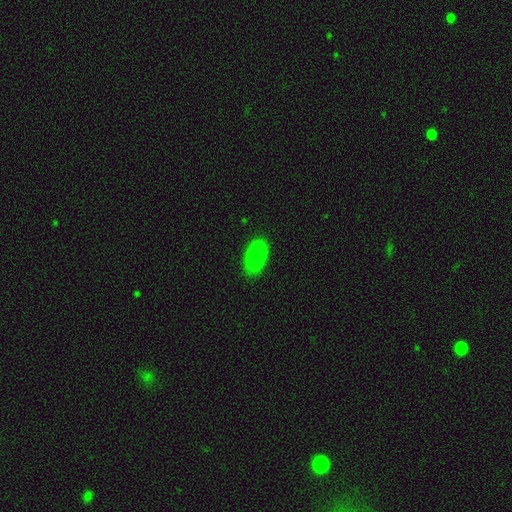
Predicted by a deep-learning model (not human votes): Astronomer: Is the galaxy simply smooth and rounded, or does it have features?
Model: smooth — 84%.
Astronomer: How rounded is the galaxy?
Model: in between — 94%.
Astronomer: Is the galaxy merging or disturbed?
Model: none — 85%.